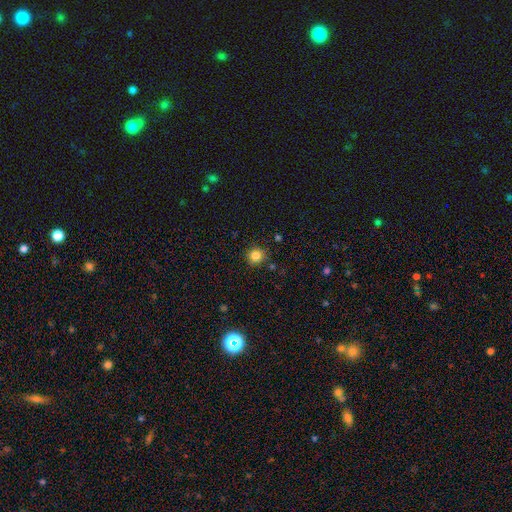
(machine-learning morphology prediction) Overall: smooth (83%). How rounded: round (90%). Merging: none (87%).